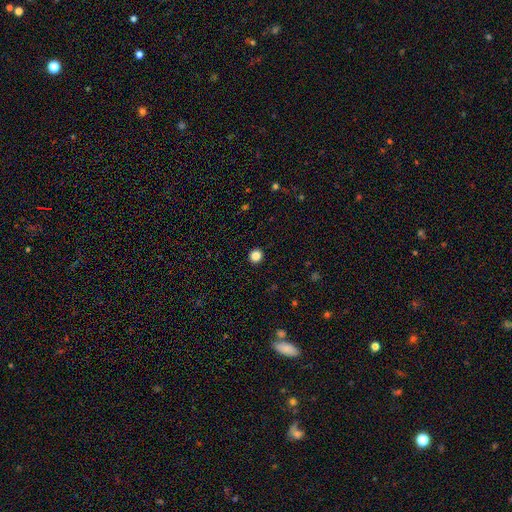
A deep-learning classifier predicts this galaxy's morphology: Overall: smooth (86%). How rounded: round (93%). Merging: none (94%).